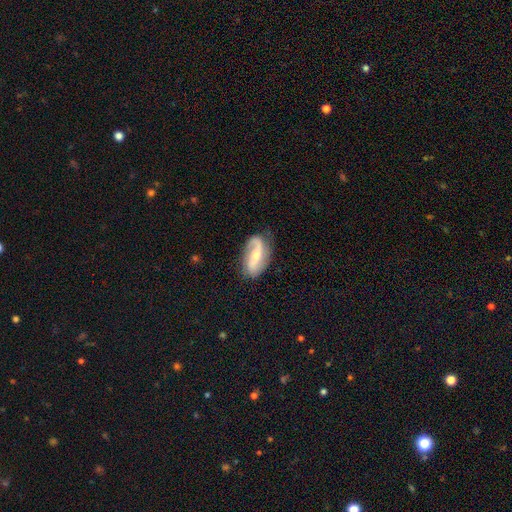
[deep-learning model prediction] A featured or disk galaxy (77%) with a weak bar (35%, tied with no), 2 (83%) loose (59%) spiral arms (93%) and a small central bulge (48%).

Vote fractions:
- Smooth or featured? featured or disk: 77% / smooth: 17% / star or artifact: 5%
- Edge-on disk? no: 95% / yes: 5%
- Bar? weak: 35% (tied) / no: 35% (tied) / strong: 30%
- Spiral arms? yes: 93% / no: 7%
- Spiral winding? loose: 59% / medium: 29% / tight: 12%
- Spiral arm count? 2: 83% / 1: 10% / can't tell: 5% / 3: 1% / 4: 1% / more than 4: 1%
- Bulge size? small: 48% / moderate: 46% / large: 3% / none: 2% / dominant: 1%
- Merging? none: 74% / minor disturbance: 18% / major disturbance: 6% / merger: 2%